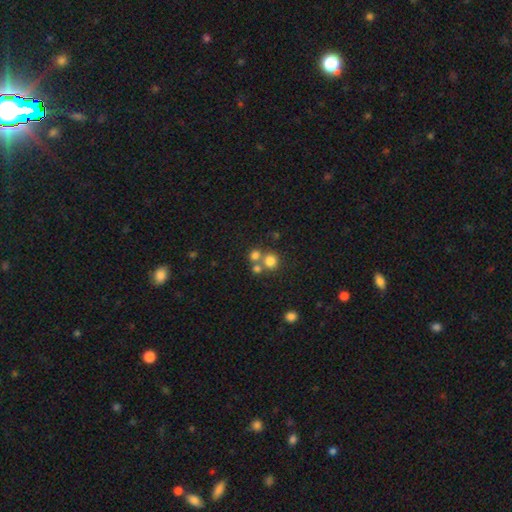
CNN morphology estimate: Overall: smooth (72%). How rounded: round (87%). Merging: none (50%; merger 40%).